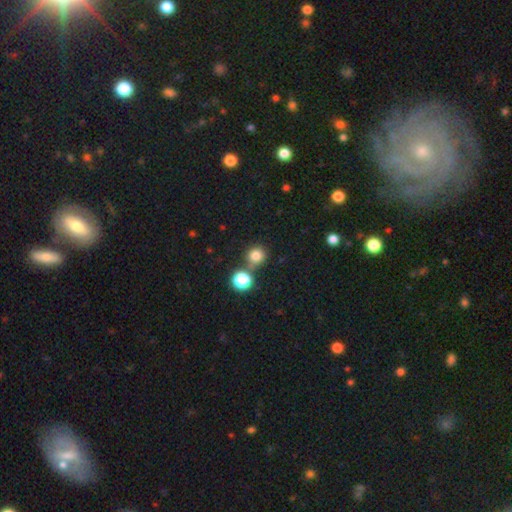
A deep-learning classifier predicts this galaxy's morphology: Smooth or featured?
  - smooth: 78% *
  - star or artifact: 17%
  - featured or disk: 6%
How rounded?
  - round: 90% *
  - in between: 9%
  - cigar-shaped: 1%
Merging?
  - none: 72% *
  - merger: 16%
  - minor disturbance: 9%
  - major disturbance: 3%